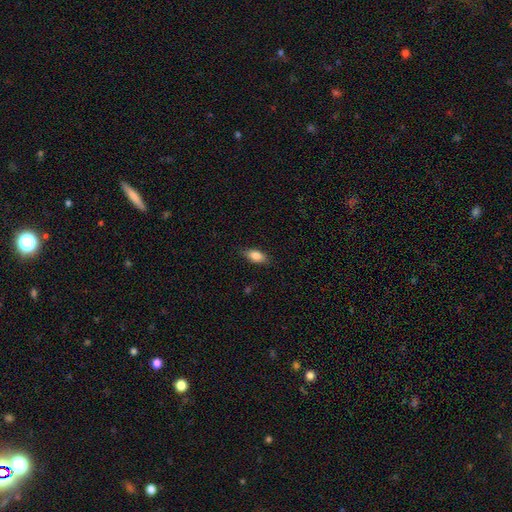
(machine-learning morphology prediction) type=smooth (82%); roundness=in between (86%); merging=none (84%).